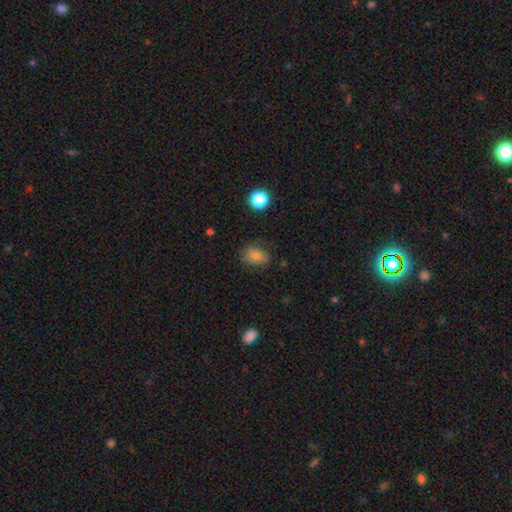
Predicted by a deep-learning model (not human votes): This is likely a smooth galaxy (69%). How rounded: likely in between (67%). Merging: likely none (71%).